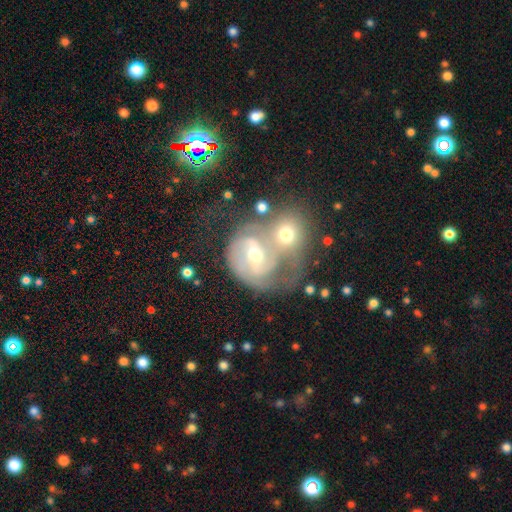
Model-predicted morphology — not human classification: smooth-or-featured: featured or disk: 71% | smooth: 21% | star or artifact: 8%
  disk-edge-on: no: 97% | yes: 3%
    bar: no: 42% | weak: 40% | strong: 18%
    has-spiral-arms: yes: 81% | no: 19%
      spiral-winding: medium: 44% | tight: 34% | loose: 21%
      spiral-arm-count: 2: 60% | can't tell: 21% | 1: 10% | 3: 6% | 4: 2% | more than 4: 1%
    bulge-size: moderate: 57% | small: 37% | large: 3% | none: 2% | dominant: 1%
  merging: merger: 64% | none: 17% | major disturbance: 10% | minor disturbance: 9%